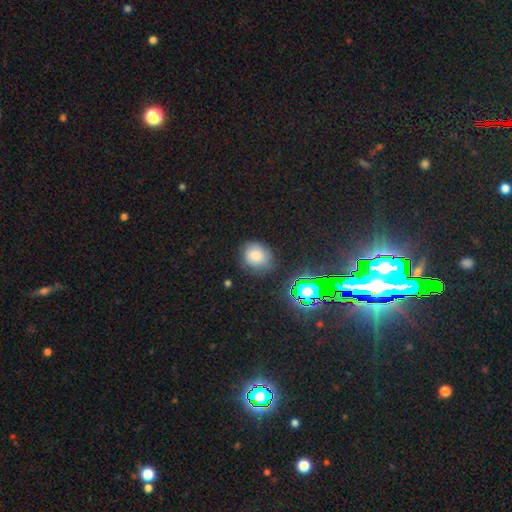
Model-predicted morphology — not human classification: Overall: smooth (76%). How rounded: round (60%; in between 39%). Merging: none (74%).